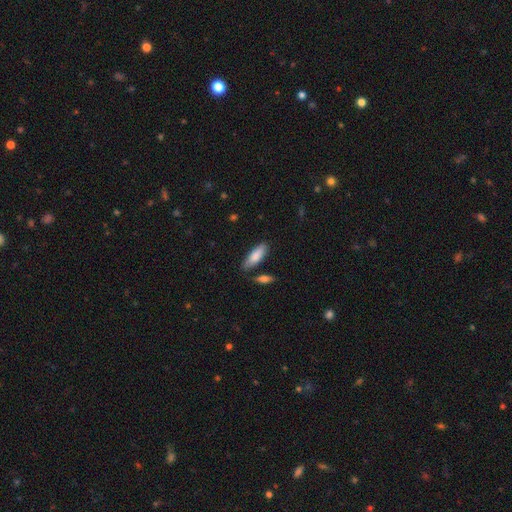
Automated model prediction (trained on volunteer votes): smooth 82%, featured or disk 13%, star or artifact 5%. Down the decision tree: how rounded — in between (57%); merging — none (77%).